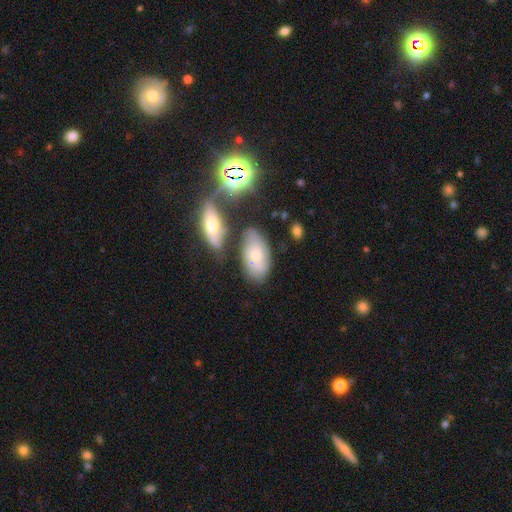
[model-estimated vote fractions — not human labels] Smooth or featured: smooth — 51% (featured or disk — 40%)
How rounded: in between — 91% (round — 5%)
Merging: none — 57% (minor disturbance — 21%)